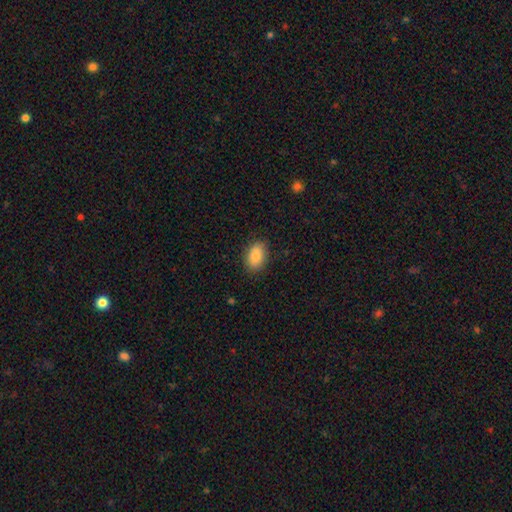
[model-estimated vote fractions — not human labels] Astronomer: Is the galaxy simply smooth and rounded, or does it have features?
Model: smooth — 87%.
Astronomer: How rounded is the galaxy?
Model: in between — 89%.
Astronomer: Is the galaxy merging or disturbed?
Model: none — 86%.